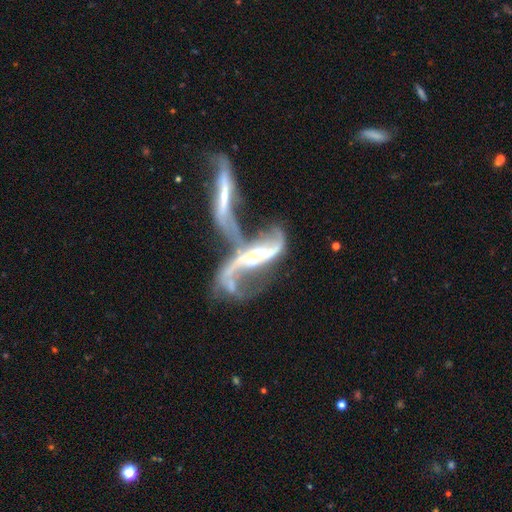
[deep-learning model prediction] A featured or disk galaxy (81%) with no bar (51%), 2 (75%) loose (84%) spiral arms (77%) and a small central bulge (43%). Merging: merger (69%).